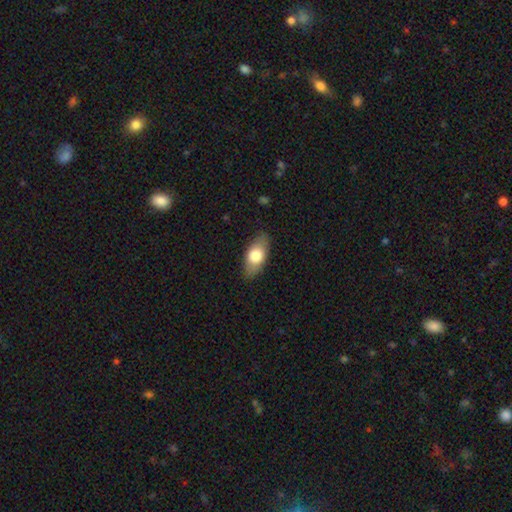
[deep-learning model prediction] This is likely a smooth galaxy (72%). How rounded: clearly in between (88%). Merging: clearly none (83%).